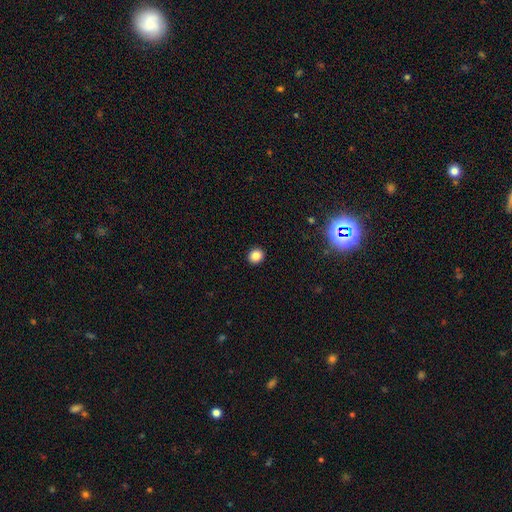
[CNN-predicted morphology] smooth 84%, star or artifact 11%, featured or disk 5%. Down the decision tree: how rounded — round (81%); merging — none (92%).